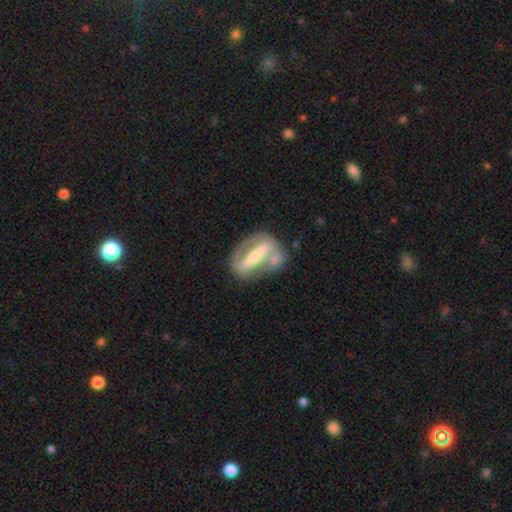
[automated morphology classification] Smooth or featured: featured or disk — 72% (smooth — 22%)
Edge-on disk: no — 81% (yes — 19%)
Bar: strong — 76% (weak — 12%)
Spiral arms: no — 58% (yes — 42%)
Bulge size: moderate — 42% (small — 39%)
Merging: none — 54% (minor disturbance — 18%)